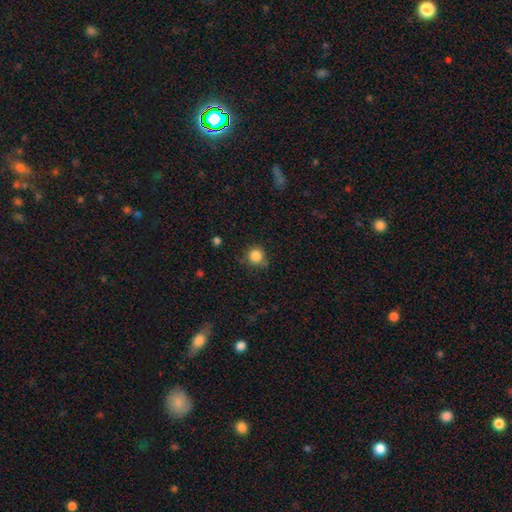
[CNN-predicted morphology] This is clearly a smooth galaxy (85%). How rounded: clearly round (93%). Merging: likely none (79%).